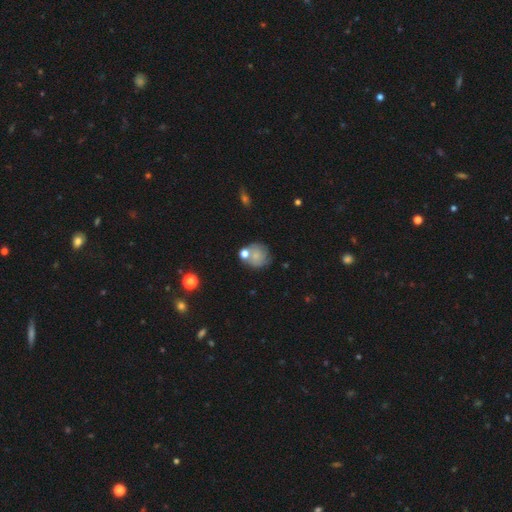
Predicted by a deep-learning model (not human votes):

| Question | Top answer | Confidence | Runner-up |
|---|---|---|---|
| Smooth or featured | smooth | 64% | featured or disk (25%) |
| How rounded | round | 83% | in between (16%) |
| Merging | none | 58% | minor disturbance (19%) |